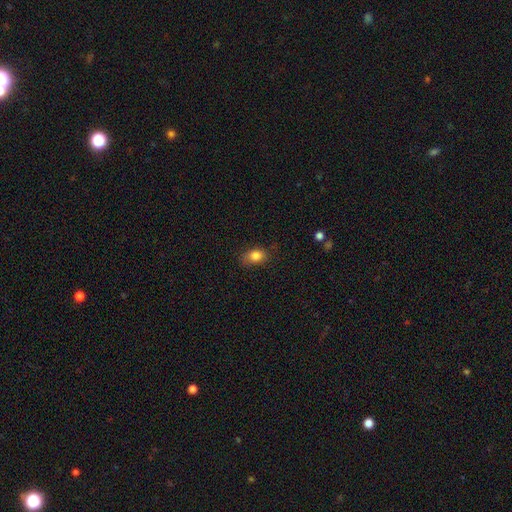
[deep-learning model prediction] A smooth galaxy with no disk features (83%) that is in between round and cigar-shaped (75%). Merging: none (72%).